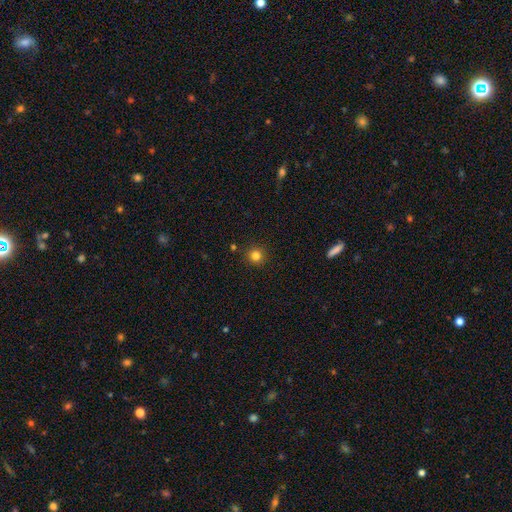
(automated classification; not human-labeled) Smooth or featured? Predicted: smooth (p=0.81). How rounded? Predicted: round (p=0.94). Merging? Predicted: none (p=0.90).